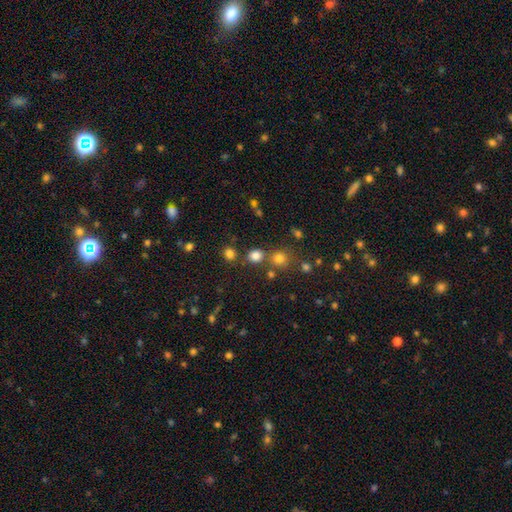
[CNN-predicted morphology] This appears to be a smooth galaxy with no disk features (78%) that is round (81%). Merging: none (75%).